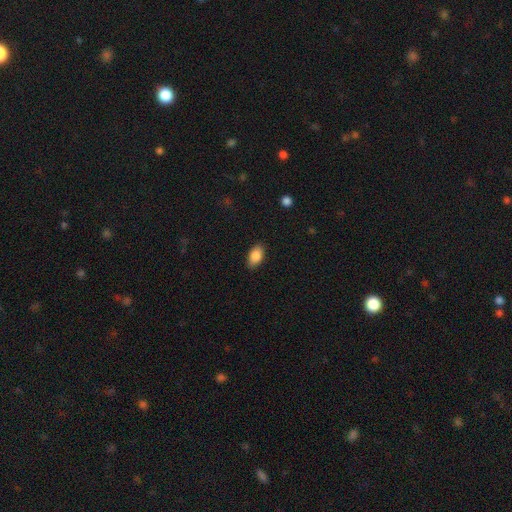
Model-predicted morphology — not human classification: type=smooth (86%); roundness=in between (92%); merging=none (87%).